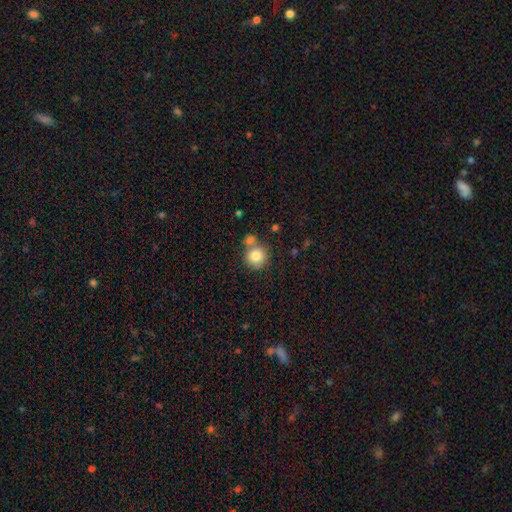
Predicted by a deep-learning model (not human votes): Smooth or featured? smooth (81%)
How rounded? round (91%)
Merging? none (59%)